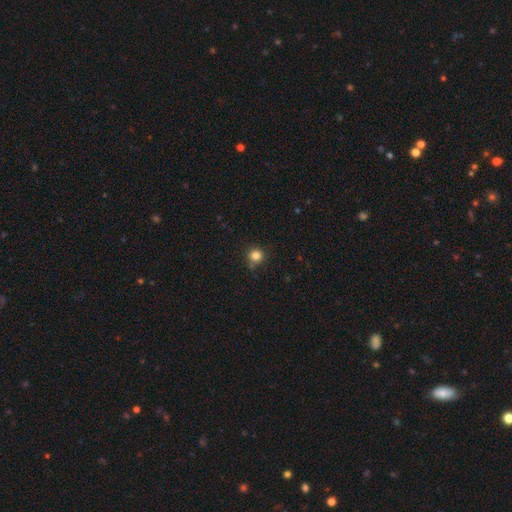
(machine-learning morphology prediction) Q: Smooth or featured?
A: smooth (83%); runner-up: star or artifact (13%)
Q: How rounded?
A: round (92%); runner-up: in between (7%)
Q: Merging?
A: none (82%); runner-up: minor disturbance (12%)